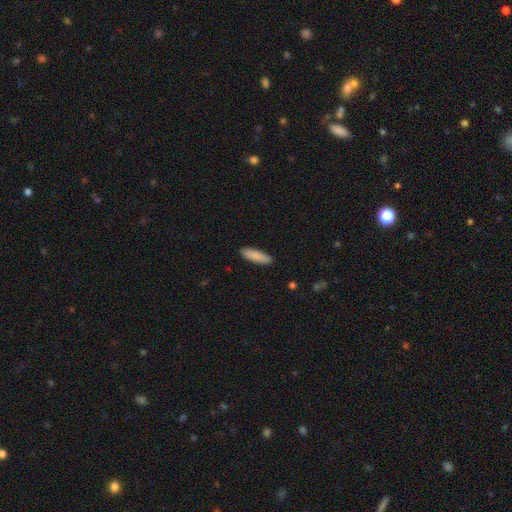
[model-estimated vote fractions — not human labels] smooth_or_featured: smooth (p=0.88) [alt: featured or disk p=0.06]
how_rounded: cigar-shaped (p=0.58) [alt: in between p=0.41]
merging: none (p=0.90) [alt: minor disturbance p=0.07]